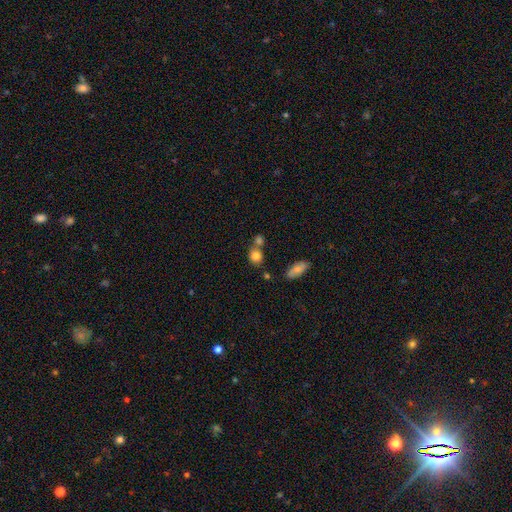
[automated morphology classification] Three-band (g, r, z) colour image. It shows a smooth galaxy with no disk features (82%) that is round (62%). Merging: none (51%).